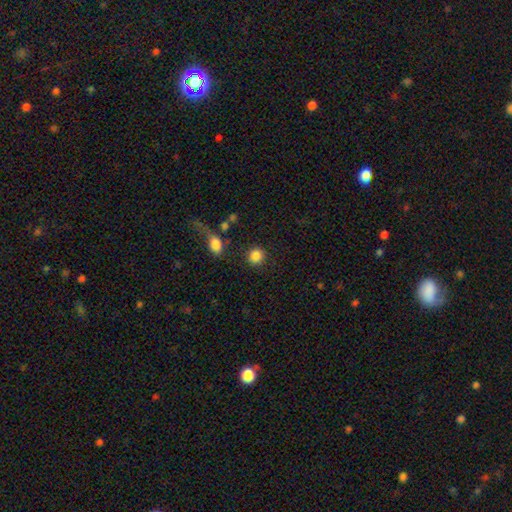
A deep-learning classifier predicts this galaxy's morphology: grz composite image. It shows a smooth galaxy with no disk features (86%) that is round (90%). Merging: none (82%).